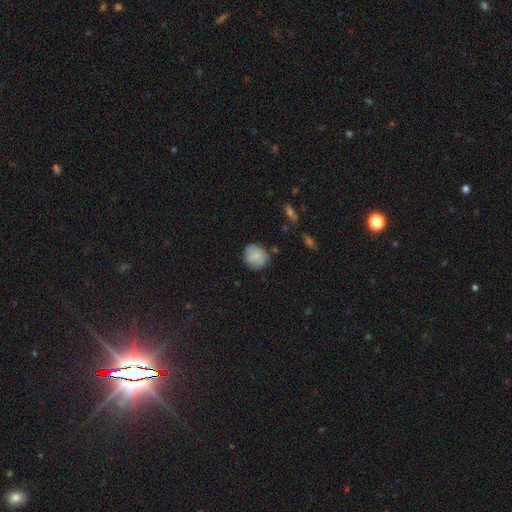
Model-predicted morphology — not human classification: Smooth or featured? smooth (76%)
How rounded? round (82%)
Merging? none (76%)